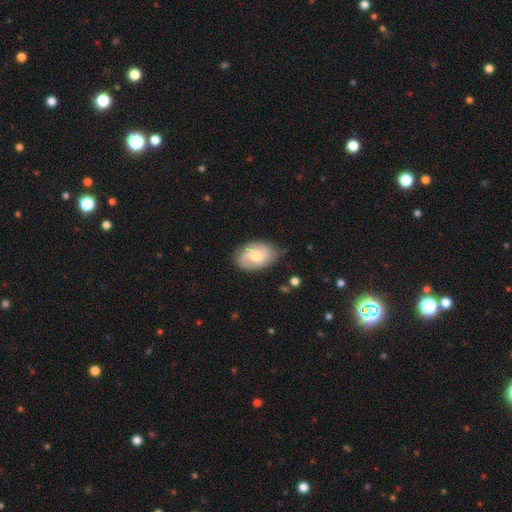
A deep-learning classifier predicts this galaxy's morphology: featured or disk 57%, smooth 37%, star or artifact 6%. Down the decision tree: edge-on disk — no (96%); bar — no (52%); spiral arms — yes (88%); bulge size — moderate (66%); merging — none (74%).